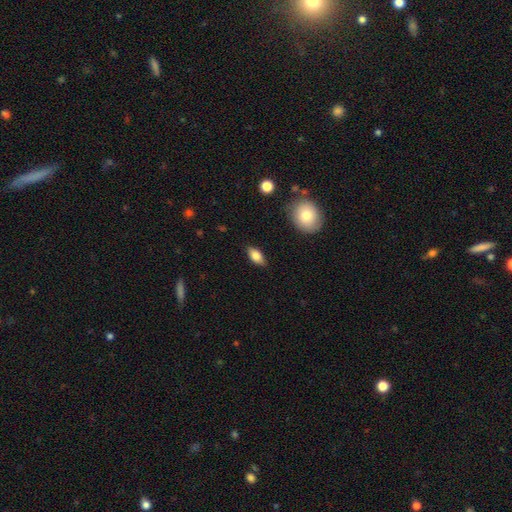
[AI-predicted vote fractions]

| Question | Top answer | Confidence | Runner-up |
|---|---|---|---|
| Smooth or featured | smooth | 79% | featured or disk (13%) |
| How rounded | in between | 88% | cigar-shaped (8%) |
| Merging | none | 85% | minor disturbance (11%) |